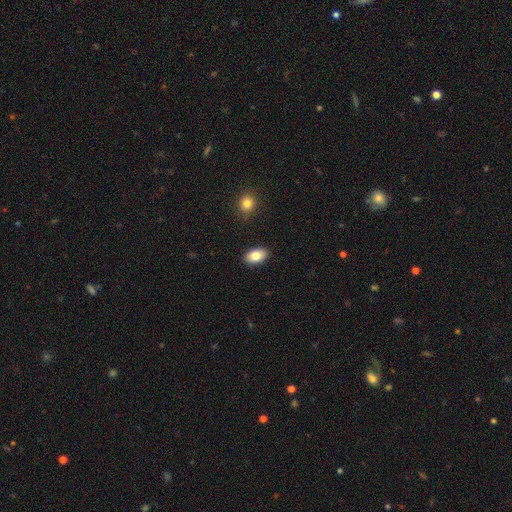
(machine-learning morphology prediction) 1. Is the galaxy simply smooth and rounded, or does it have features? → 83% smooth, 10% featured or disk, 7% star or artifact.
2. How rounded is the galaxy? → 91% in between, 7% round, 1% cigar-shaped.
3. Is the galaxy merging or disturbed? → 89% none, 8% minor disturbance, 2% major disturbance, 1% merger.